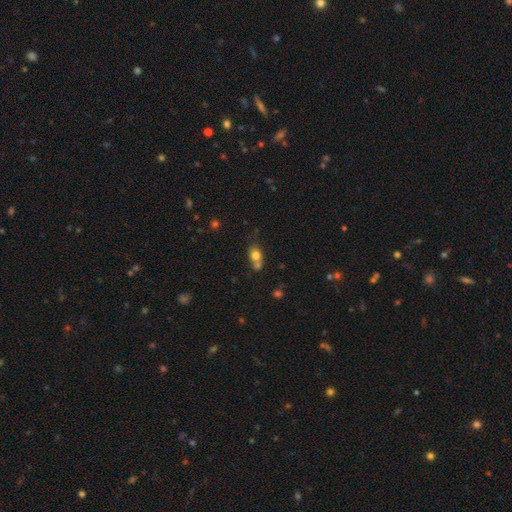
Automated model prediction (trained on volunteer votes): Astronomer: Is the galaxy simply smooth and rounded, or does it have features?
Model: smooth — 76%.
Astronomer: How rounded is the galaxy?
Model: round — 52% (runner-up: in between, 46%).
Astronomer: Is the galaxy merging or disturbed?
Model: merger — 44% (runner-up: none, 39%).